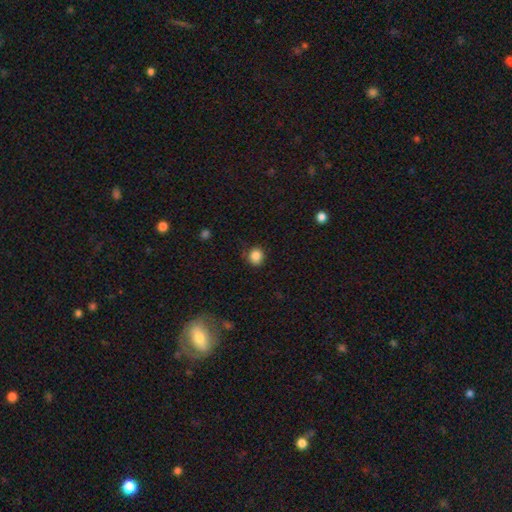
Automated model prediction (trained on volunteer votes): Smooth or featured? Predicted: smooth (p=0.85). How rounded? Predicted: round (p=0.82). Merging? Predicted: none (p=0.78).